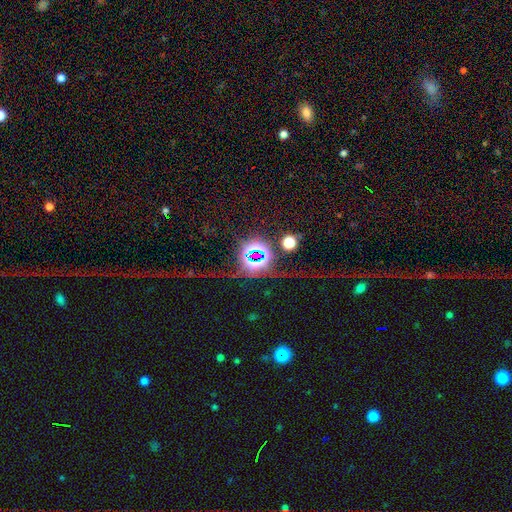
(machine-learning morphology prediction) Smooth or featured? Predicted: star or artifact (p=0.74).